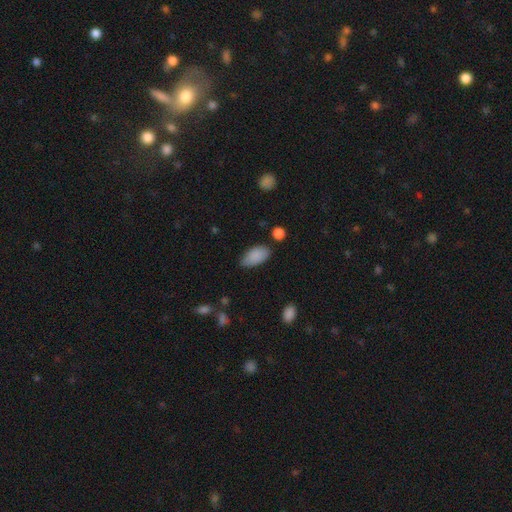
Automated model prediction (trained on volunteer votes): A smooth galaxy with no disk features (88%) that is in between round and cigar-shaped (94%).

Vote fractions:
- Smooth or featured? smooth: 88% / star or artifact: 7% / featured or disk: 6%
- How rounded? in between: 94% / cigar-shaped: 4% / round: 3%
- Merging? none: 72% / minor disturbance: 22% / major disturbance: 4% / merger: 3%